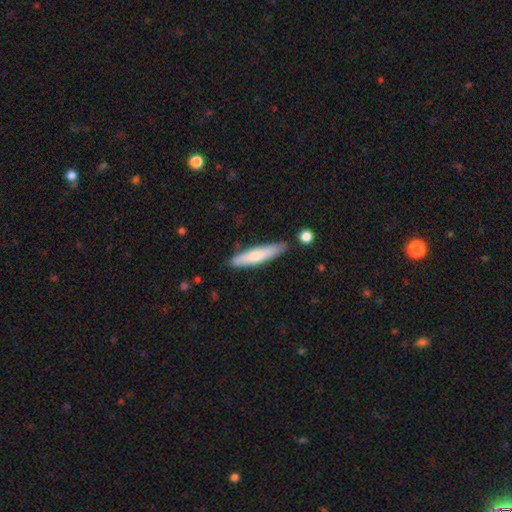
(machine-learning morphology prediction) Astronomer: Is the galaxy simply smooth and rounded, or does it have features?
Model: smooth — 68%.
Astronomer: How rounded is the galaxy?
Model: cigar-shaped — 86%.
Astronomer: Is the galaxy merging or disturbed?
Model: none — 83%.